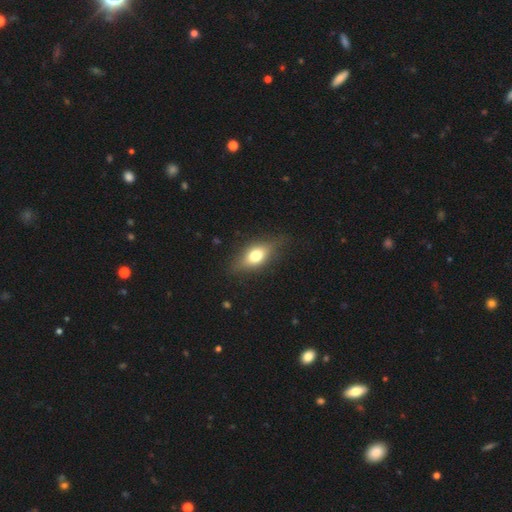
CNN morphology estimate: A smooth galaxy with no disk features (66%) that is in between round and cigar-shaped (76%).

Vote fractions:
- Smooth or featured? smooth: 66% / featured or disk: 26% / star or artifact: 8%
- How rounded? in between: 76% / cigar-shaped: 13% / round: 11%
- Merging? none: 77% / minor disturbance: 17% / major disturbance: 5% / merger: 1%